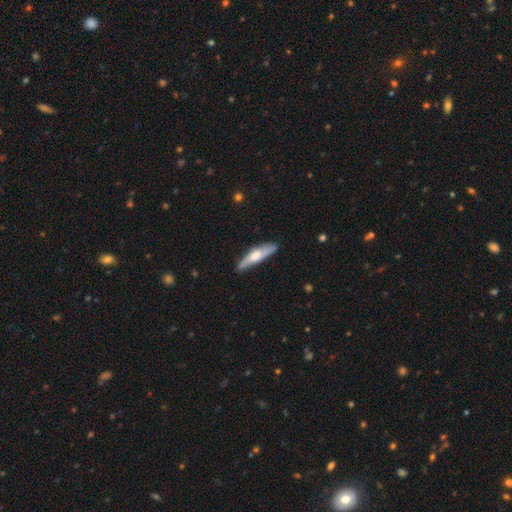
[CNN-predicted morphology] Q: Smooth or featured?
A: featured or disk (48%); runner-up: smooth (47%)
Q: Merging?
A: none (80%); runner-up: minor disturbance (15%)